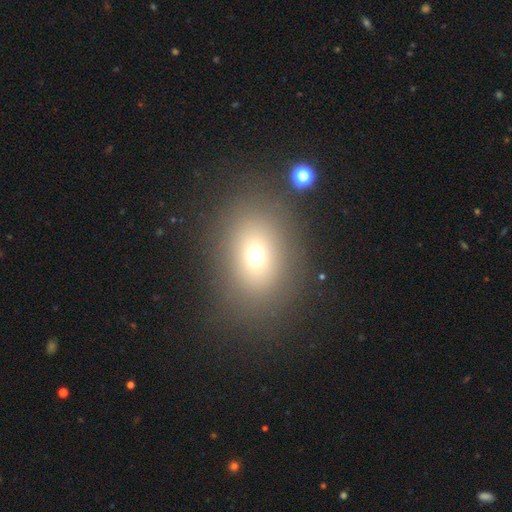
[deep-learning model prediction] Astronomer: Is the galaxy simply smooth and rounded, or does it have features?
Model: smooth — 67%.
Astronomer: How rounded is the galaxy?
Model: in between — 63%.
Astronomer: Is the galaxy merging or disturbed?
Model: none — 82%.